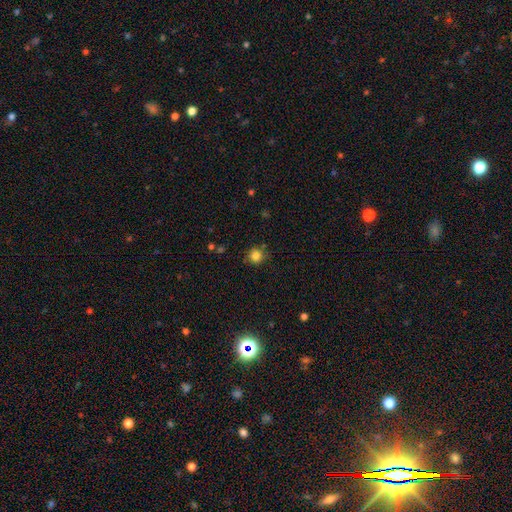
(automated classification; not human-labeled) The model was most divided on "merging": none: 80%, minor disturbance: 14%, major disturbance: 3%, merger: 3%. More confident: how rounded — round (91%); smooth or featured — smooth (82%).